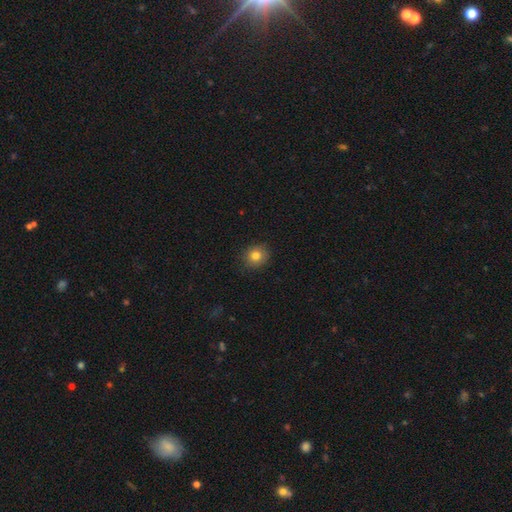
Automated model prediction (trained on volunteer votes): Smooth or featured?
  - smooth: 80% *
  - star or artifact: 11%
  - featured or disk: 9%
How rounded?
  - round: 79% *
  - in between: 20%
  - cigar-shaped: 1%
Merging?
  - none: 88% *
  - minor disturbance: 9%
  - major disturbance: 2%
  - merger: 1%